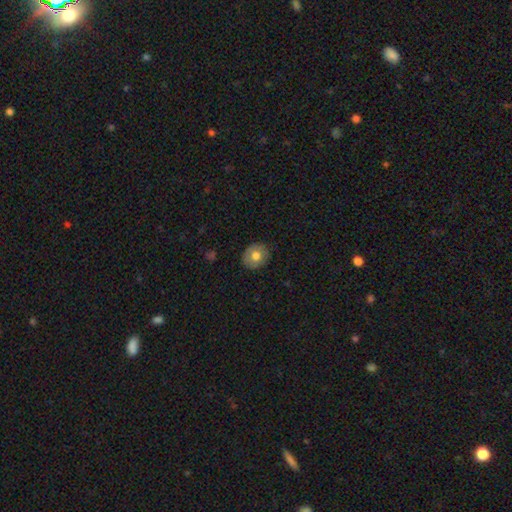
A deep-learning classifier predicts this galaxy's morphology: Overall: smooth (69%). How rounded: round (69%; in between 30%). Merging: none (84%).